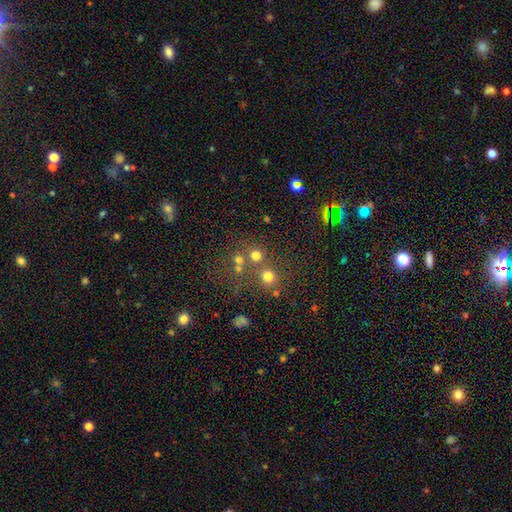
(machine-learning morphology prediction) Overall: smooth (70%). How rounded: round (89%). Merging: none (62%; merger 26%).